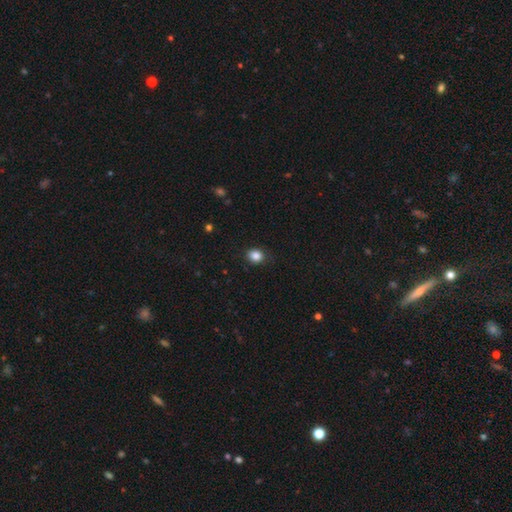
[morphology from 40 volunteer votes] Volunteers were most divided on "how rounded": round: 74%, in between: 26%, cigar-shaped: 0%. More confident: merging — none (89%); smooth or featured — smooth (88%).